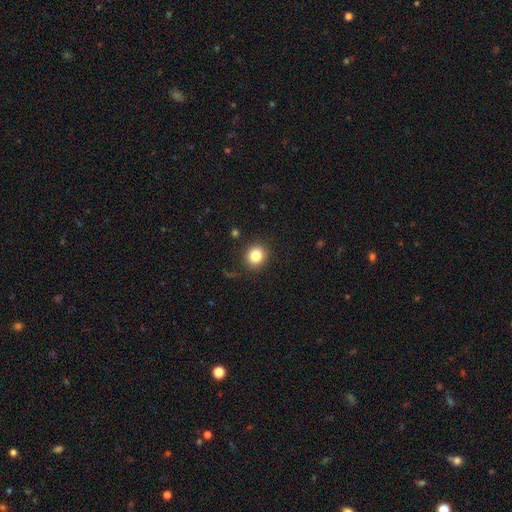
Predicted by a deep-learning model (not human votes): Smooth or featured: smooth — 83% (star or artifact — 11%)
How rounded: round — 81% (in between — 18%)
Merging: none — 88% (minor disturbance — 8%)